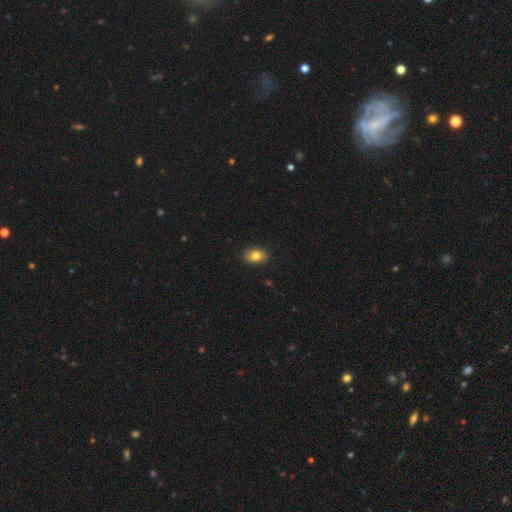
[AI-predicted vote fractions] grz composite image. It shows a smooth galaxy with no disk features (82%) that is in between round and cigar-shaped (80%). Merging: none (89%).